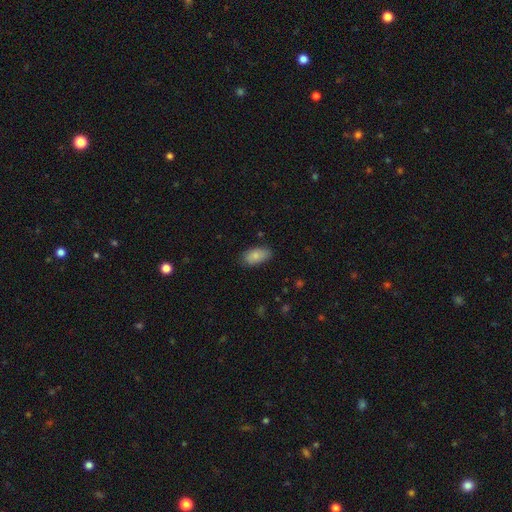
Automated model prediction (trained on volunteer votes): Smooth or featured? smooth (82%)
How rounded? in between (93%)
Merging? none (77%)